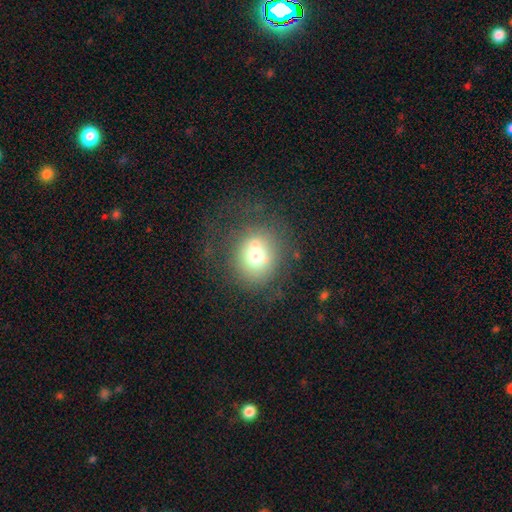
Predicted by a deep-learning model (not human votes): Smooth or featured?
  - smooth: 65% *
  - featured or disk: 21%
  - star or artifact: 14%
How rounded?
  - round: 82% *
  - in between: 17%
  - cigar-shaped: 1%
Merging?
  - none: 62% *
  - minor disturbance: 17%
  - major disturbance: 13%
  - merger: 8%